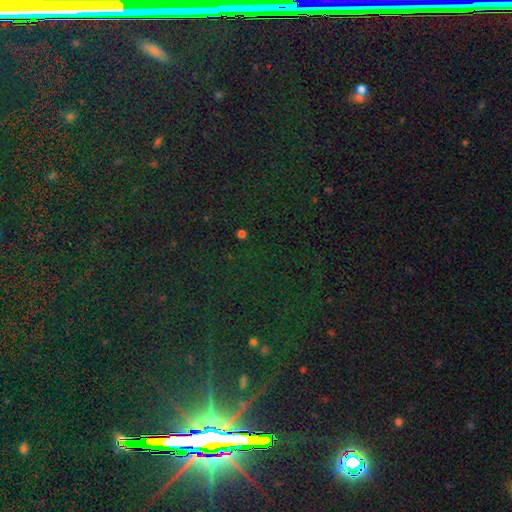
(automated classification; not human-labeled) Smooth or featured: star or artifact — 80% (smooth — 11%)